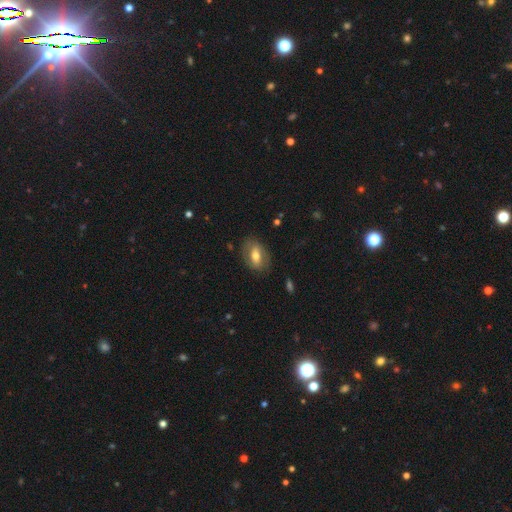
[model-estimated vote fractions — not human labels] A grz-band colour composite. It shows a smooth galaxy with no disk features (56%) that is in between round and cigar-shaped (81%). Merging: none (79%).